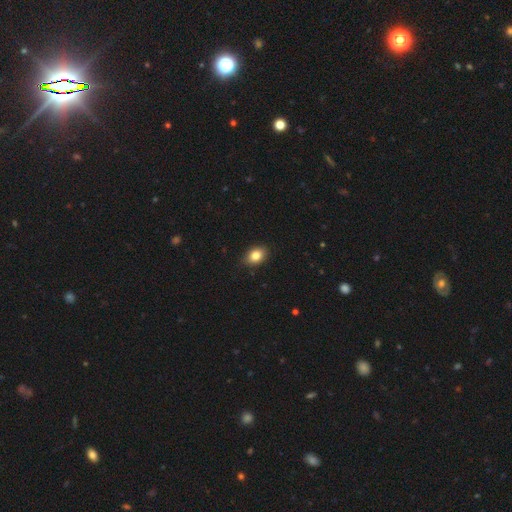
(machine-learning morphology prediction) Smooth or featured: smooth — 84% (star or artifact — 9%)
How rounded: in between — 77% (round — 22%)
Merging: none — 87% (minor disturbance — 10%)